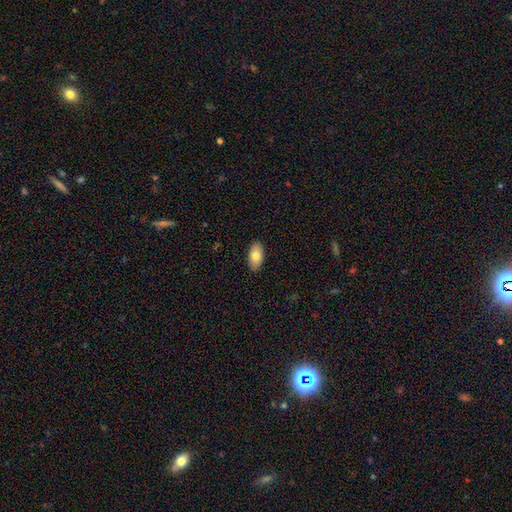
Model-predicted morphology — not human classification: smooth-or-featured: smooth: 77% | featured or disk: 16% | star or artifact: 6%
  how-rounded: in between: 93% | round: 3% | cigar-shaped: 3%
  merging: none: 89% | minor disturbance: 9% | major disturbance: 2% | merger: 1%